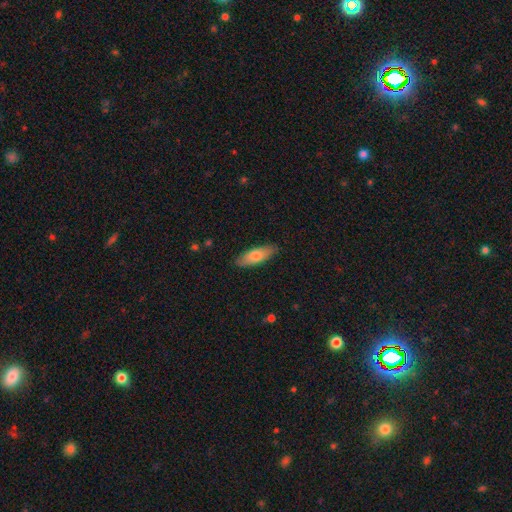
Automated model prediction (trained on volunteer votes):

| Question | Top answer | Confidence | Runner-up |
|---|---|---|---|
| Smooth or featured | smooth | 74% | featured or disk (20%) |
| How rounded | in between | 62% | cigar-shaped (36%) |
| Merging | none | 86% | minor disturbance (11%) |